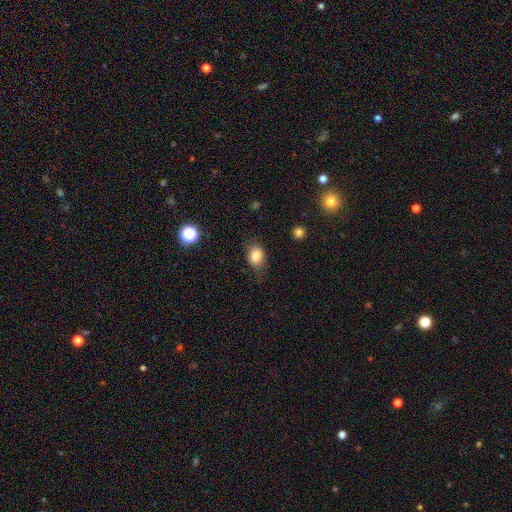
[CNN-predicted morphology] Smooth or featured? Predicted: smooth (p=0.82). How rounded? Predicted: in between (p=0.64). Merging? Predicted: none (p=0.69).